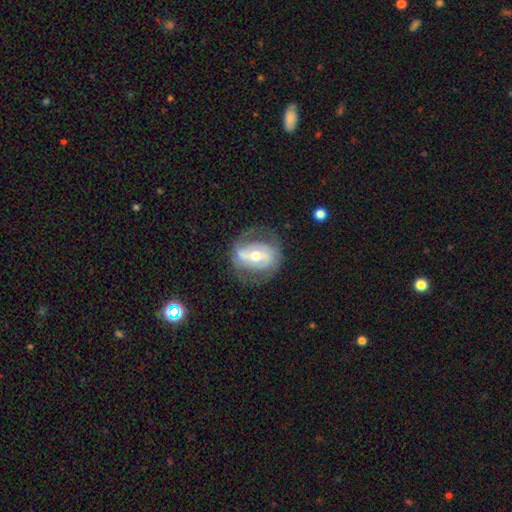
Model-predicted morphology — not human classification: This is likely a featured or disk galaxy (79%). It is clearly not viewed edge-on (95%). Bar: marginally strong (44%). Spiral arm pattern: clearly yes (85%). Spiral arm count: likely 2 (79%). Spiral winding: marginally medium (43%). Central bulge: likely moderate (67%). Merging: likely none (69%).